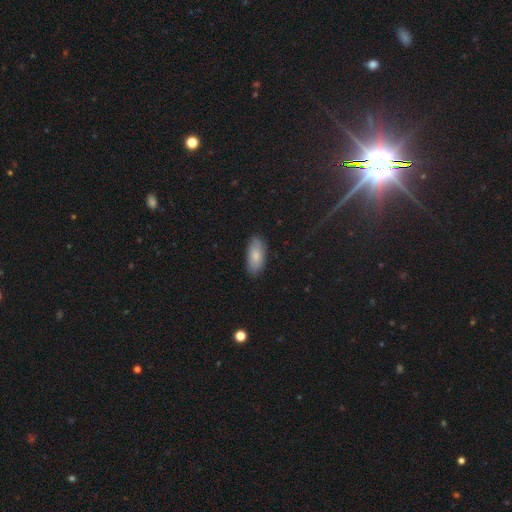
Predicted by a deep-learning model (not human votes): Smooth or featured: smooth — 78% (featured or disk — 16%)
How rounded: in between — 90% (cigar-shaped — 8%)
Merging: none — 81% (minor disturbance — 15%)